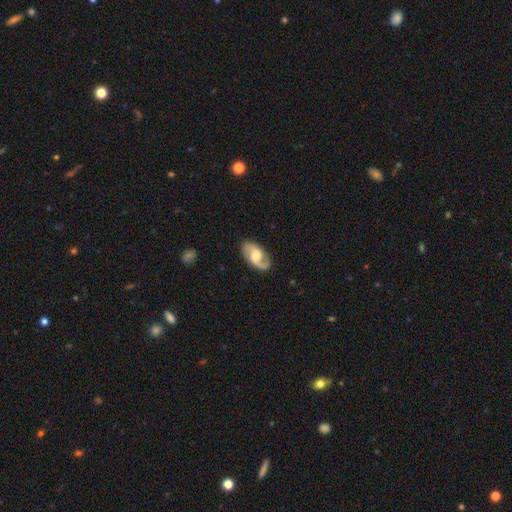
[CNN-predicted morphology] This appears to be a featured or disk galaxy (79%) with no bar (49%), 2 (88%) medium (46%) spiral arms (94%) and a moderate central bulge (60%). Merging: none (82%).